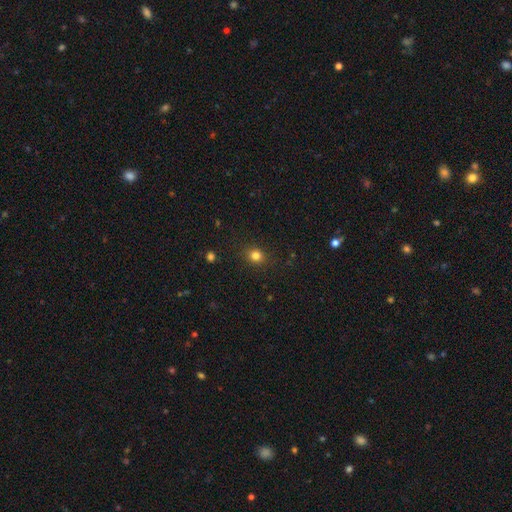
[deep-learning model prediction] Smooth or featured? Predicted: smooth (p=0.81). How rounded? Predicted: round (p=0.74). Merging? Predicted: none (p=0.88).